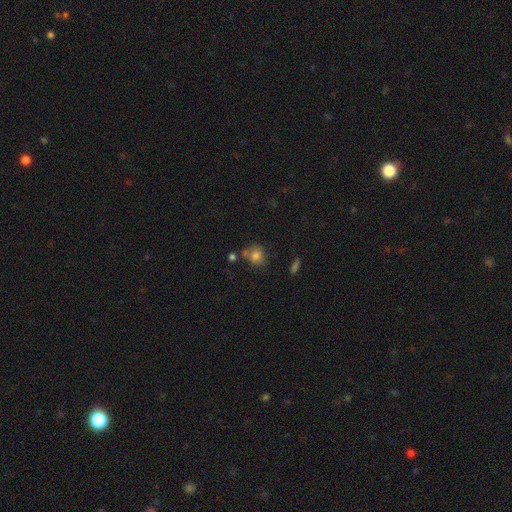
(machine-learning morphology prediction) Smooth or featured? smooth (79%)
How rounded? round (75%)
Merging? none (59%)